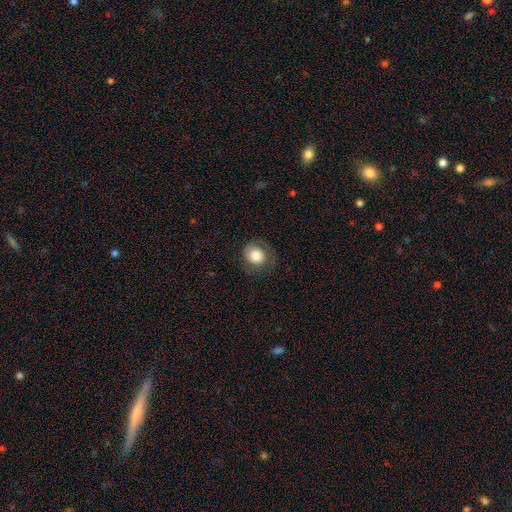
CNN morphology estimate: This is likely a smooth galaxy (76%). How rounded: likely round (79%). Merging: likely none (70%).